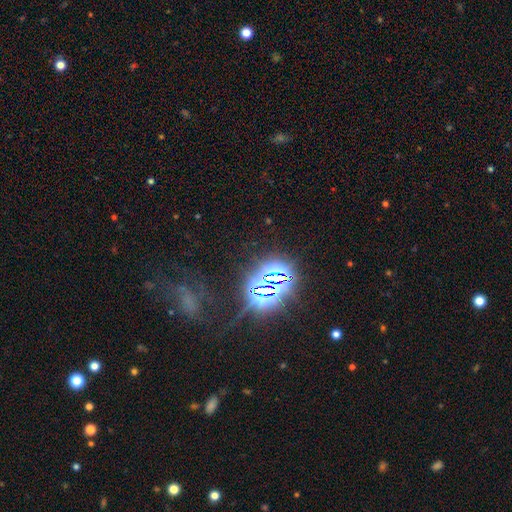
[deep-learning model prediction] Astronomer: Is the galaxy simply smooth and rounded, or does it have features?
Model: star or artifact — 78%.